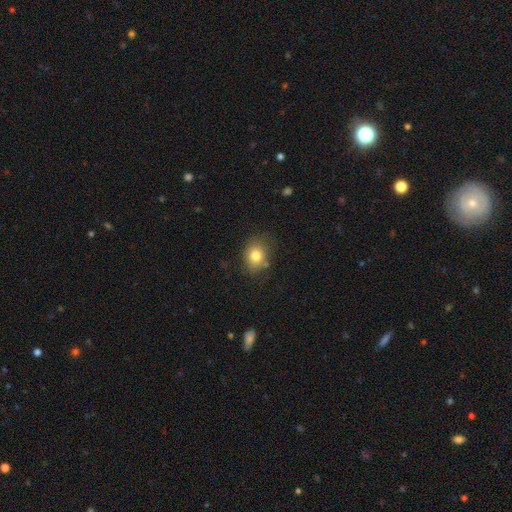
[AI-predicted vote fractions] Q: Smooth or featured?
A: smooth (79%); runner-up: star or artifact (11%)
Q: How rounded?
A: round (53%); runner-up: in between (46%)
Q: Merging?
A: none (74%); runner-up: minor disturbance (17%)